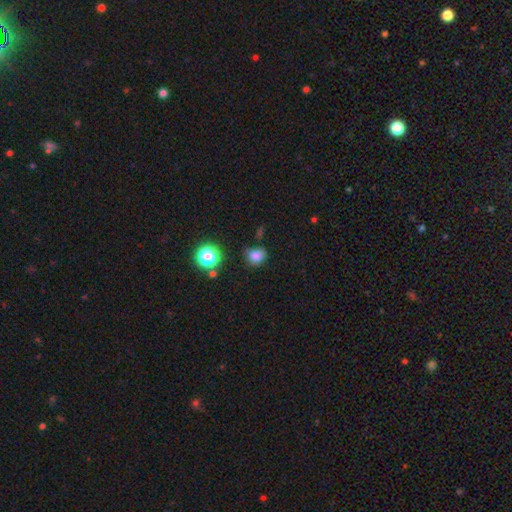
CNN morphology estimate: Smooth or featured? Predicted: smooth (p=0.79). How rounded? Predicted: round (p=0.65). Merging? Predicted: none (p=0.68).